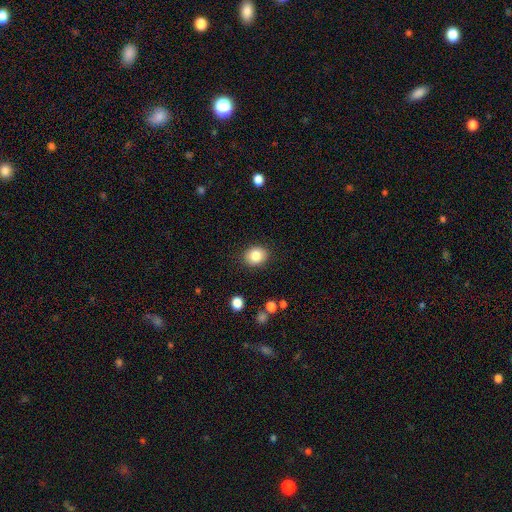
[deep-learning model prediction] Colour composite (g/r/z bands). It shows a smooth galaxy with no disk features (84%) that is round (57%). Merging: none (88%).